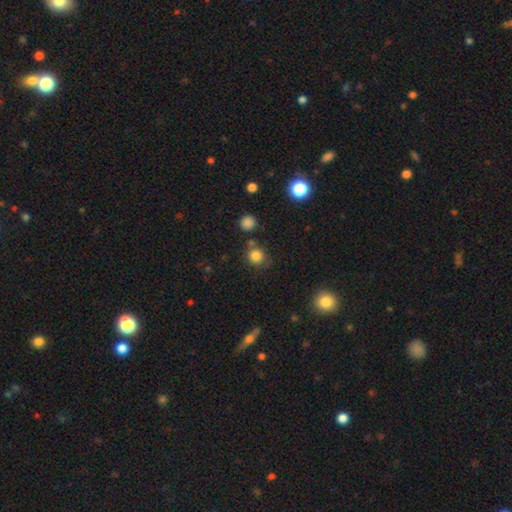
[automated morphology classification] Overall: smooth (82%). How rounded: round (85%). Merging: none (71%).